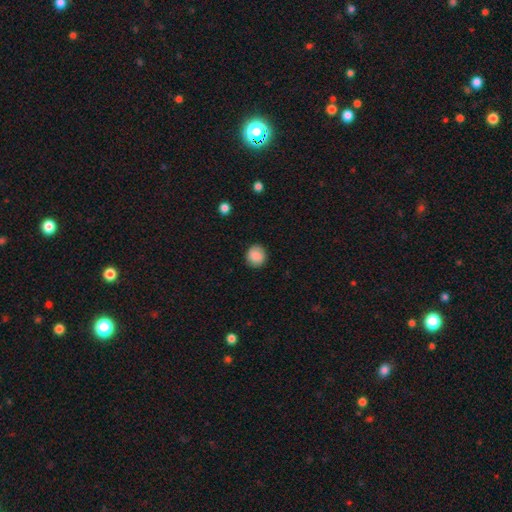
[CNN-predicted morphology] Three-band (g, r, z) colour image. It shows a smooth galaxy with no disk features (84%) that is round (89%). Merging: none (88%).